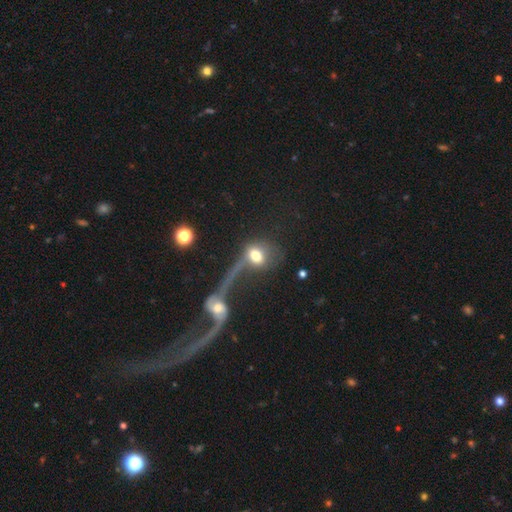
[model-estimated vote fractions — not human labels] A smooth galaxy with no disk features (60%) that is in between round and cigar-shaped (53%).

Vote fractions:
- Smooth or featured? smooth: 60% / featured or disk: 28% / star or artifact: 11%
- How rounded? in between: 53% / round: 44% / cigar-shaped: 3%
- Merging? merger: 43% / major disturbance: 29% / none: 19% / minor disturbance: 9%